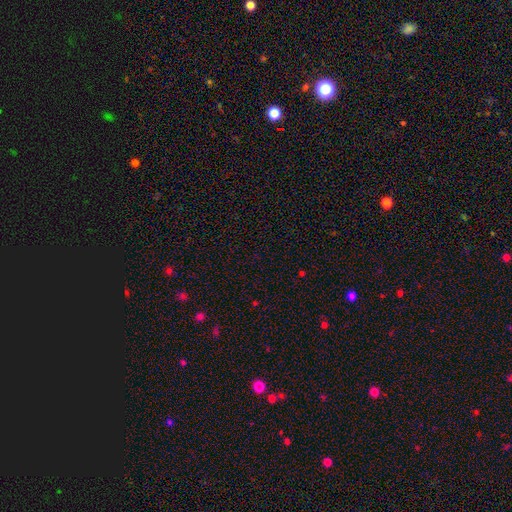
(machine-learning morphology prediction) This is likely a star or artifact rather than a galaxy (68%).